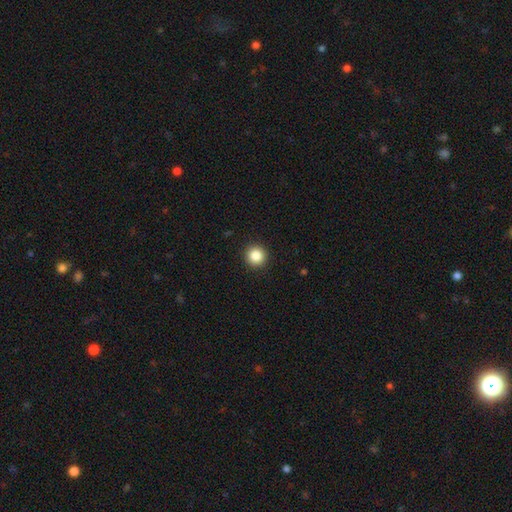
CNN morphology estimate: type=smooth (86%); roundness=round (94%); merging=none (93%).